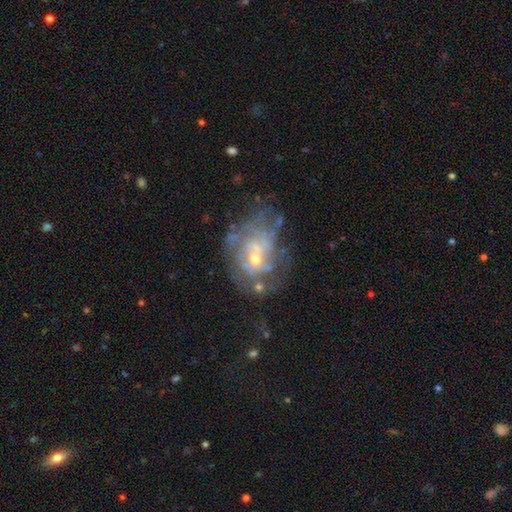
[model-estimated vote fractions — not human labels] This is likely a featured or disk galaxy (74%). It is clearly not viewed edge-on (97%). Bar: likely no (74%). Spiral arm pattern: possibly yes (58%). Central bulge: possibly small (59%). Merging: marginally none (45%).